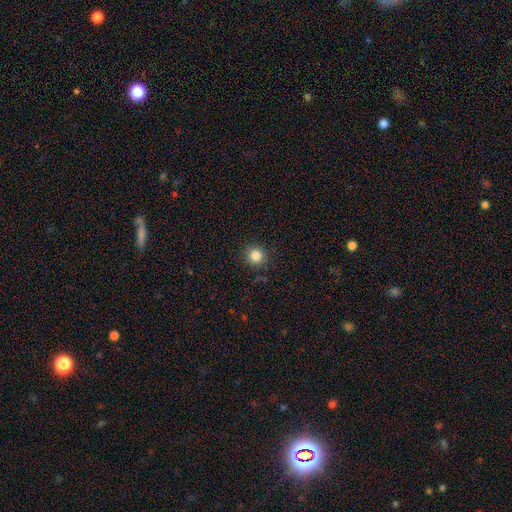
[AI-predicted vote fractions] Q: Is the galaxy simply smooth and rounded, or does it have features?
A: smooth — 84%.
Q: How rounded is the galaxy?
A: round — 95%.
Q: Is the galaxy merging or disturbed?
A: none — 91%.